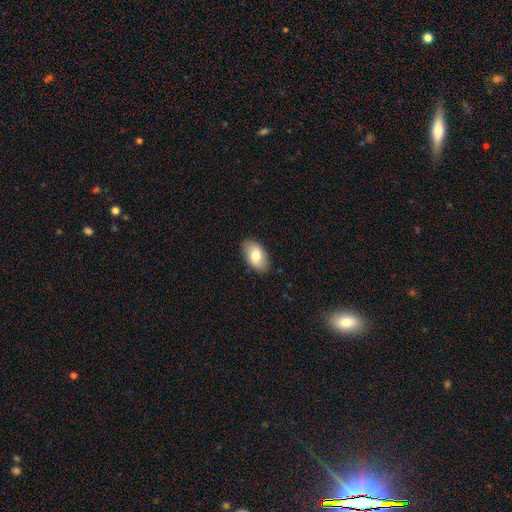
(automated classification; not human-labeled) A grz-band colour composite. It shows a smooth galaxy with no disk features (75%) that is in between round and cigar-shaped (94%). Merging: none (86%).